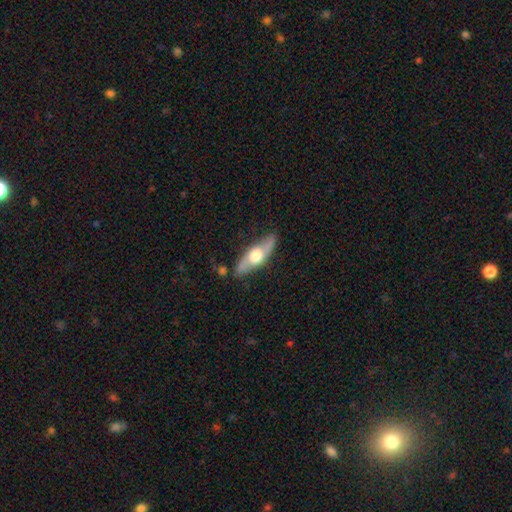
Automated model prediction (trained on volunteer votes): A featured or disk galaxy (58%) viewed edge-on (64%).

Vote fractions:
- Smooth or featured? featured or disk: 58% / smooth: 37% / star or artifact: 5%
- Edge-on disk? yes: 64% / no: 36%
- Merging? none: 80% / minor disturbance: 14% / major disturbance: 3% / merger: 3%